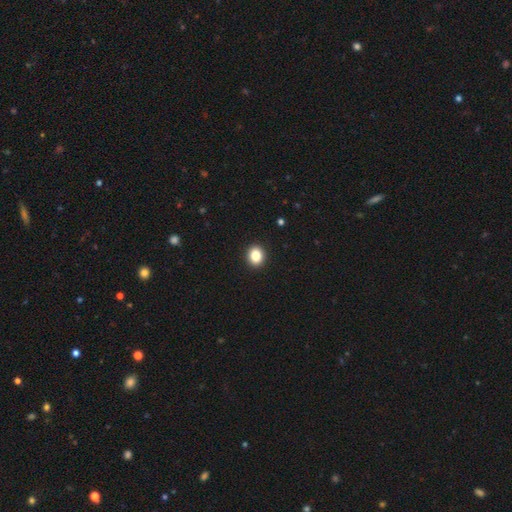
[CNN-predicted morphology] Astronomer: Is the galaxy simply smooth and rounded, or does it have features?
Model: smooth — 86%.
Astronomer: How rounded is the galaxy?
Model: round — 63%.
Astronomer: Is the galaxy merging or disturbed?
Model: none — 93%.